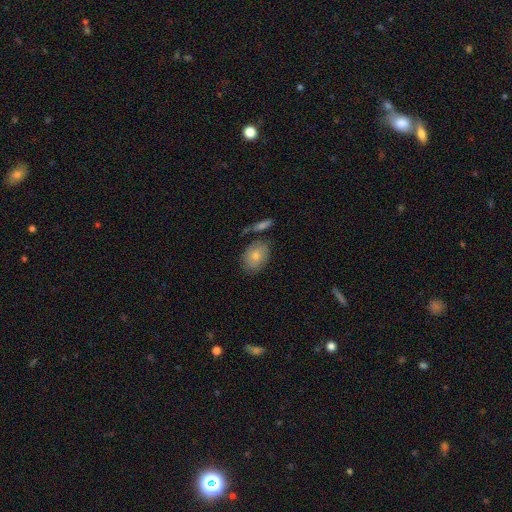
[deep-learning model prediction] smooth 72%, featured or disk 22%, star or artifact 6%. Down the decision tree: how rounded — in between (74%); merging — none (64%).